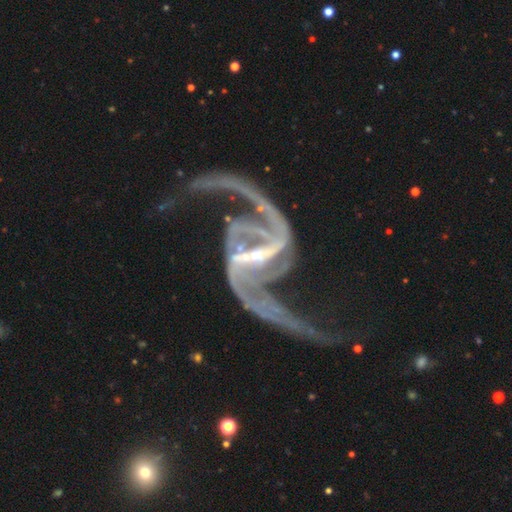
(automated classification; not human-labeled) smooth_or_featured: featured or disk (p=0.93) [alt: star or artifact p=0.05]
disk_edge_on: no (p=0.97) [alt: yes p=0.03]
bar: strong (p=0.68) [alt: weak p=0.20]
has_spiral_arms: yes (p=0.97) [alt: no p=0.03]
spiral_winding: loose (p=0.68) [alt: medium p=0.23]
spiral_arm_count: 2 (p=0.83) [alt: 3 p=0.05]
bulge_size: small (p=0.82) [alt: moderate p=0.12]
merging: major disturbance (p=0.40) [alt: none p=0.32]